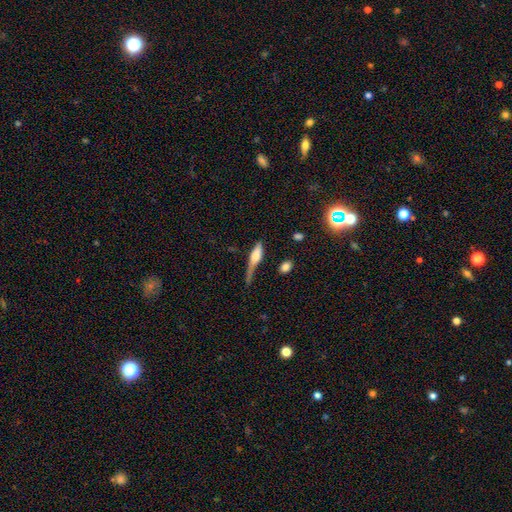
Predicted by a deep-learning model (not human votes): A smooth galaxy with no disk features (54%) that is cigar-shaped (61%). Merging: none (36%).